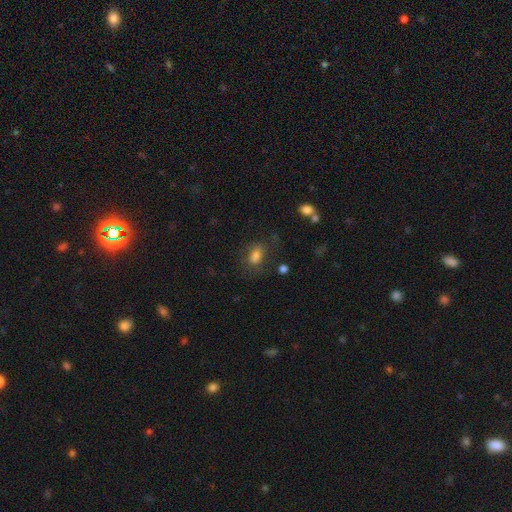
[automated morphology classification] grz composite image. It shows a smooth galaxy with no disk features (76%) that is in between round and cigar-shaped (81%). Merging: none (59%).